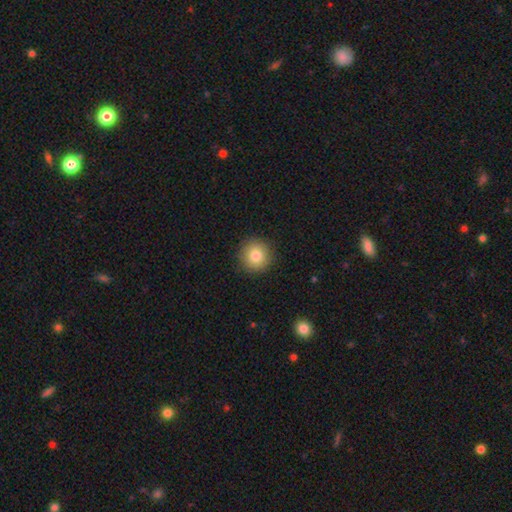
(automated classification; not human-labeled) This is clearly a smooth galaxy (83%). How rounded: clearly round (94%). Merging: clearly none (91%).